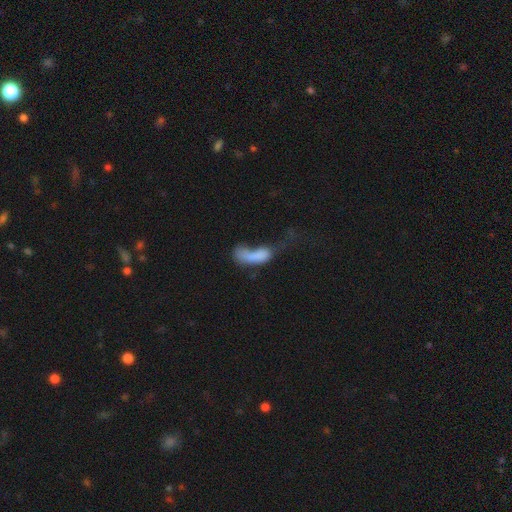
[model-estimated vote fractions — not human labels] The model was most divided on "merging": major disturbance: 50%, merger: 22%, none: 15%, minor disturbance: 13%. More confident: how rounded — in between (72%); smooth or featured — smooth (67%).